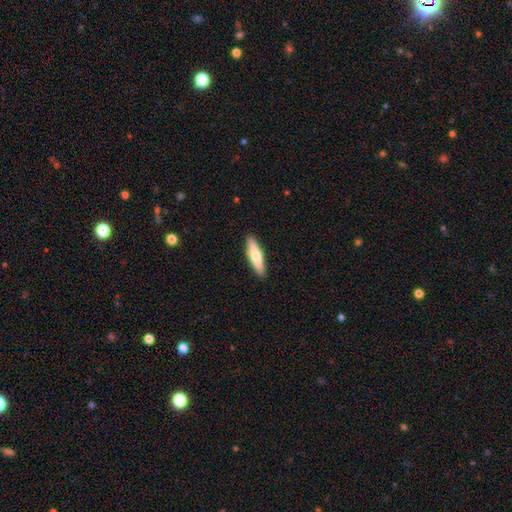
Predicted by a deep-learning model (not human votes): Overall: smooth (58%; featured or disk 36%). How rounded: cigar-shaped (74%). Merging: none (90%).